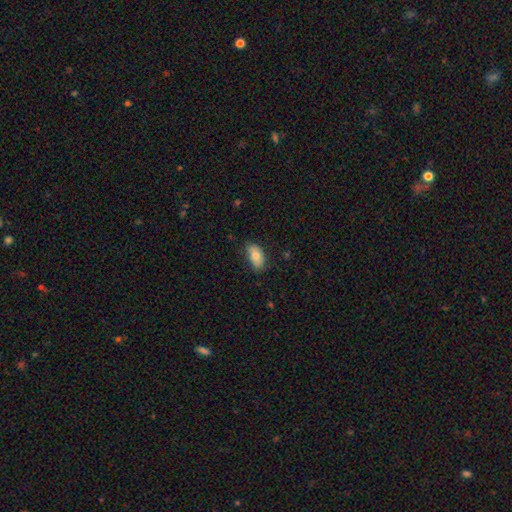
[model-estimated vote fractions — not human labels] A smooth galaxy with no disk features (77%) that is in between round and cigar-shaped (92%).

Vote fractions:
- Smooth or featured? smooth: 77% / featured or disk: 16% / star or artifact: 7%
- How rounded? in between: 92% / round: 4% / cigar-shaped: 3%
- Merging? none: 76% / minor disturbance: 20% / major disturbance: 3% / merger: 1%